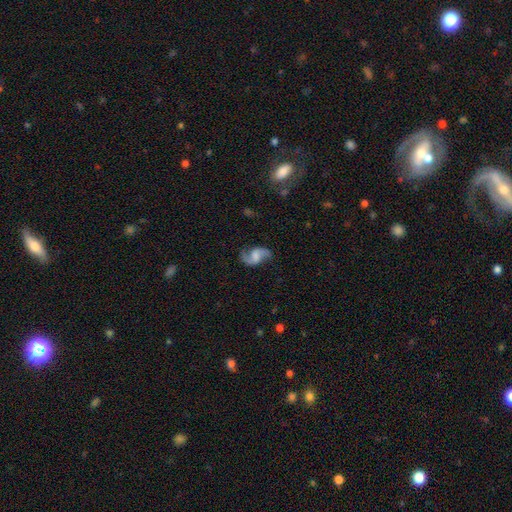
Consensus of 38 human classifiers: Morphology: type=featured or disk (97%); edge-on=no (100%); bar=weak (51%); spiral arms=yes (97%); winding=loose (61%); arm count=2 (94%); bulge=moderate (32%); merging=none (84%).